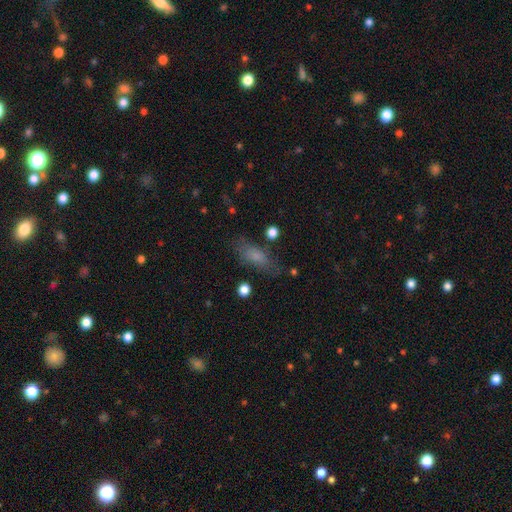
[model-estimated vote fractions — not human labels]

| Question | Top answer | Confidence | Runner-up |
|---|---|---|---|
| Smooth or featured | smooth | 69% | featured or disk (21%) |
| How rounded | in between | 69% | cigar-shaped (26%) |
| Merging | none | 69% | minor disturbance (19%) |